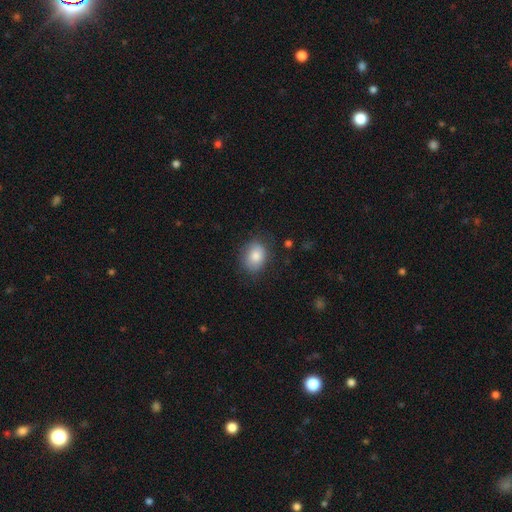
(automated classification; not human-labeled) Smooth or featured? Predicted: smooth (p=0.83). How rounded? Predicted: in between (p=0.66). Merging? Predicted: none (p=0.78).